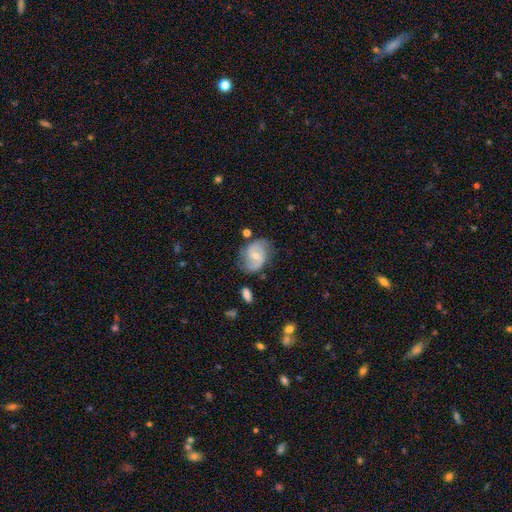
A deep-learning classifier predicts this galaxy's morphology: Smooth or featured? featured or disk (71%)
Edge-on disk? no (97%)
Bar? weak (47%)
Spiral arms? yes (91%)
Spiral winding? medium (45%)
Spiral arm count? 2 (86%)
Bulge size? small (57%)
Merging? none (67%)